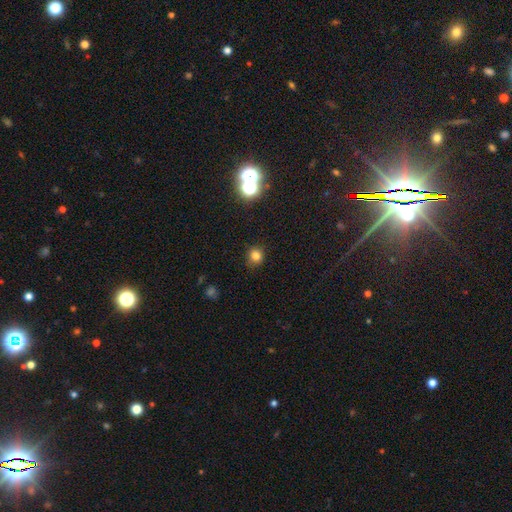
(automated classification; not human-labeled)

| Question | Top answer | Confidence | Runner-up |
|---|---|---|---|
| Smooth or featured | smooth | 78% | star or artifact (16%) |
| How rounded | round | 85% | in between (14%) |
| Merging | none | 85% | minor disturbance (11%) |